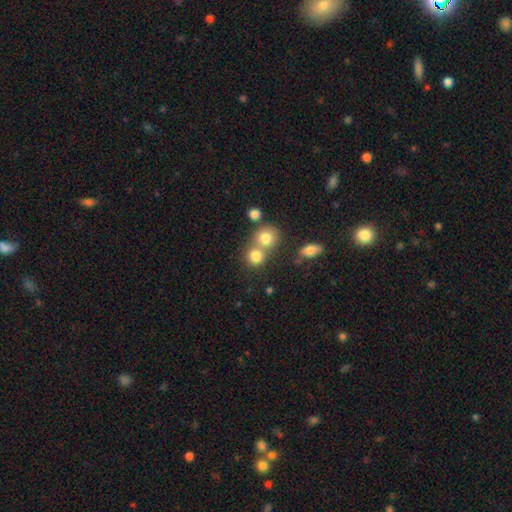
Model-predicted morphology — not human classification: A smooth galaxy with no disk features (79%) that is round (82%). Merging: none (46%).